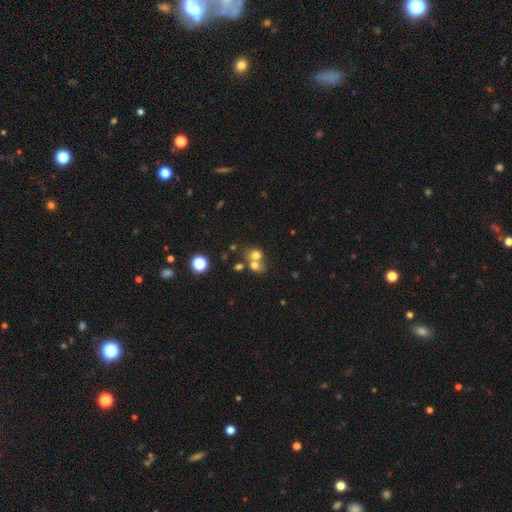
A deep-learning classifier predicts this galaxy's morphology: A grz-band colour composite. It shows a smooth galaxy with no disk features (68%) that is round (71%). Merging: merger (57%).